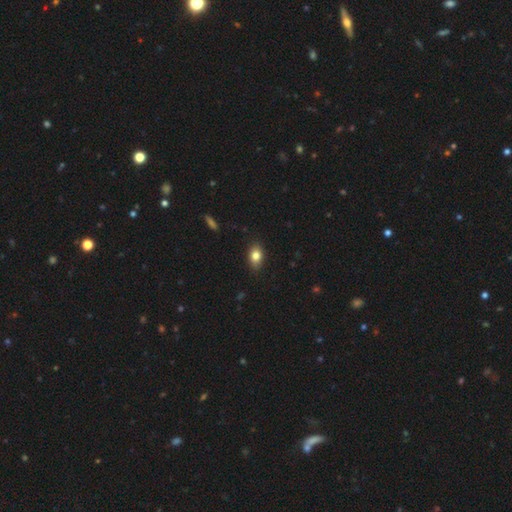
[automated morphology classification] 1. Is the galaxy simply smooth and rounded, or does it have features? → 81% smooth, 10% featured or disk, 9% star or artifact.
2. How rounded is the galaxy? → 81% in between, 17% round, 2% cigar-shaped.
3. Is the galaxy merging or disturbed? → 84% none, 12% minor disturbance, 2% major disturbance, 1% merger.